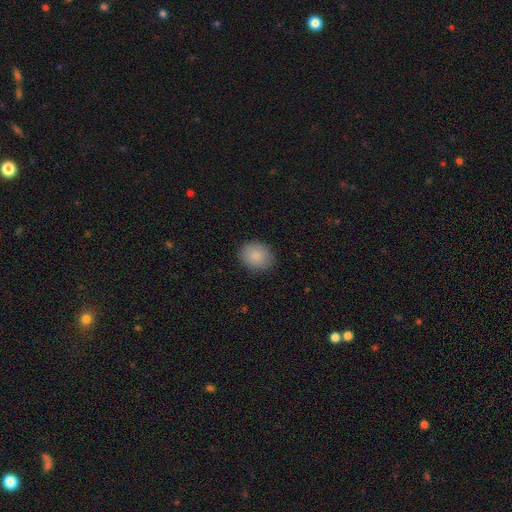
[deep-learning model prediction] A smooth galaxy with no disk features (87%) that is round (56%). Merging: none (87%).